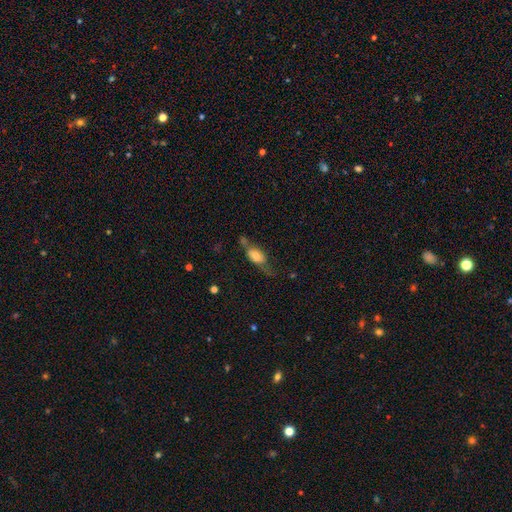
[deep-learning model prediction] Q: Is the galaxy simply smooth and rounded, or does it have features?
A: smooth — 57%.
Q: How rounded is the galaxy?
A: in between — 79%.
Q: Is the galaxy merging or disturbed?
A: none — 38%.